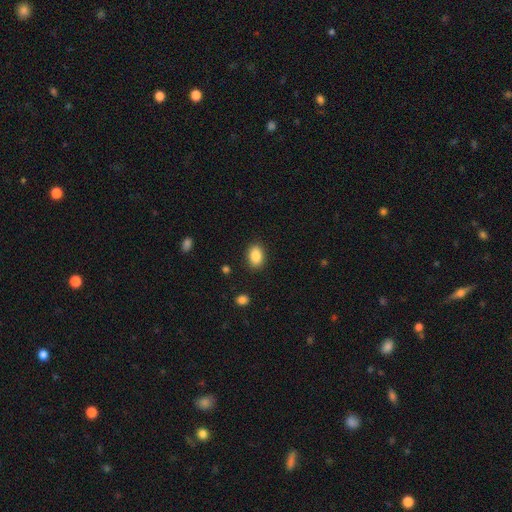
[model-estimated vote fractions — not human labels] Smooth or featured: smooth — 88% (star or artifact — 8%)
How rounded: in between — 84% (round — 14%)
Merging: none — 88% (minor disturbance — 9%)